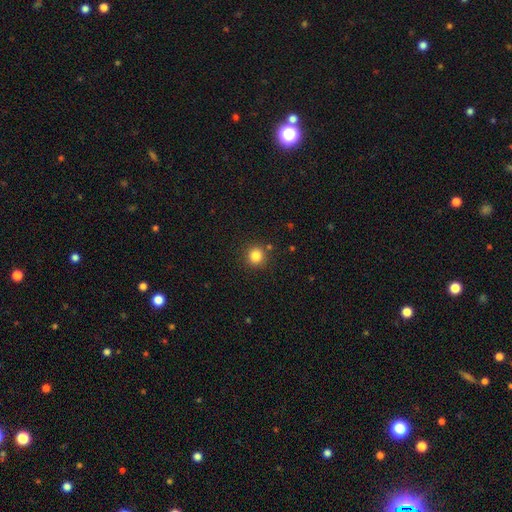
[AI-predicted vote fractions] Smooth or featured? Predicted: smooth (p=0.83). How rounded? Predicted: round (p=0.92). Merging? Predicted: none (p=0.87).